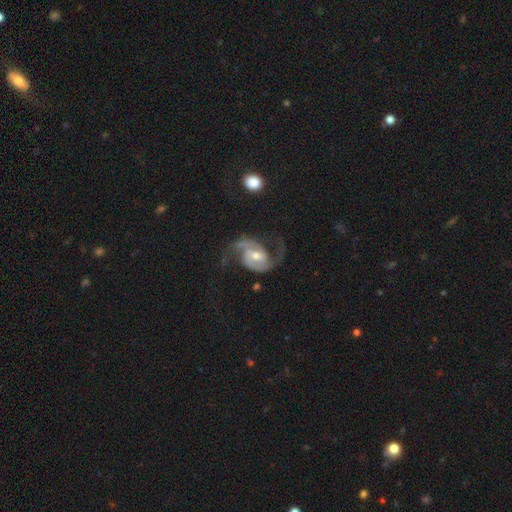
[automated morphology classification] This is clearly a featured or disk galaxy (91%). It is clearly not viewed edge-on (98%). Bar: possibly no (47%). Spiral arm pattern: clearly yes (98%). Spiral arm count: clearly 2 (93%). Spiral winding: possibly medium (52%). Central bulge: possibly moderate (60%). Merging: likely none (70%).